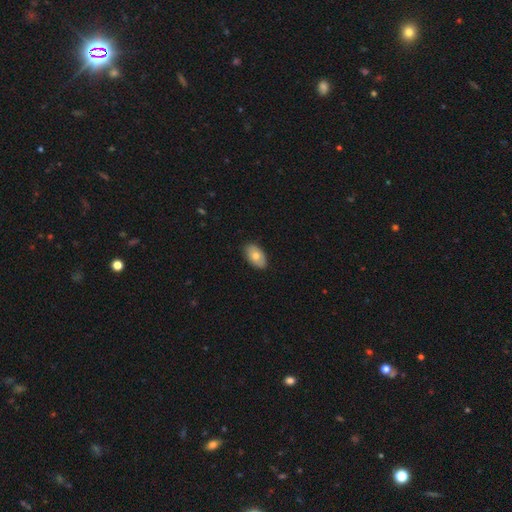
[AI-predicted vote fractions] smooth 73%, featured or disk 21%, star or artifact 6%. Down the decision tree: how rounded — in between (94%); merging — none (87%).